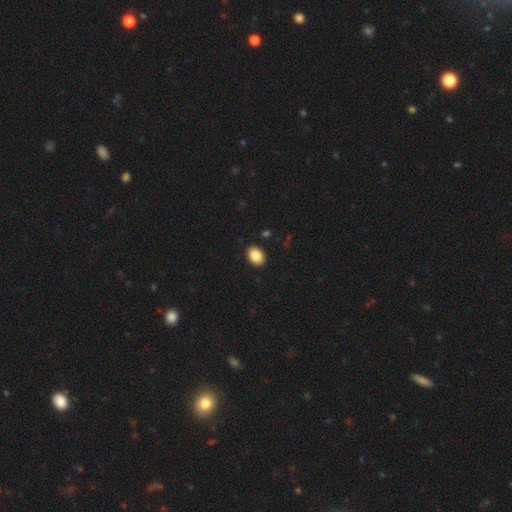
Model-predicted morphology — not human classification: Overall: smooth (87%). How rounded: in between (70%). Merging: none (91%).